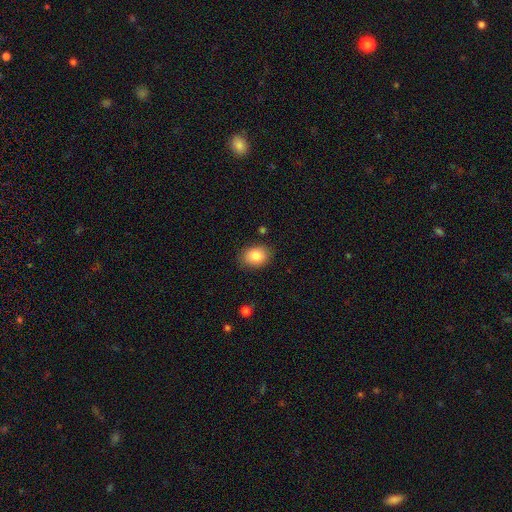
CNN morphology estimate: Smooth or featured: smooth — 85% (star or artifact — 8%)
How rounded: in between — 66% (round — 33%)
Merging: none — 84% (minor disturbance — 12%)